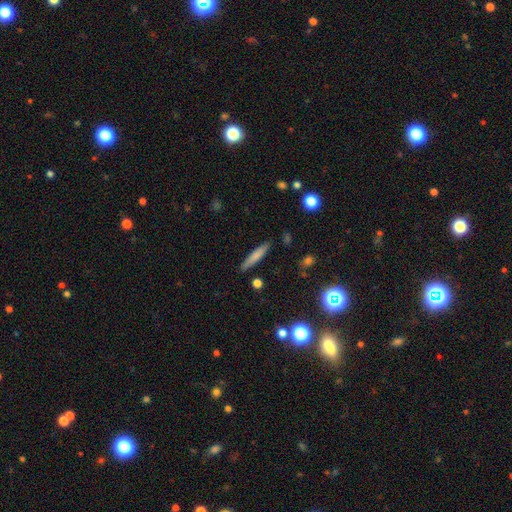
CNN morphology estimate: smooth-or-featured: smooth: 73% | featured or disk: 19% | star or artifact: 7%
  how-rounded: cigar-shaped: 90% | in between: 8% | round: 2%
  merging: none: 87% | minor disturbance: 9% | major disturbance: 2% | merger: 2%